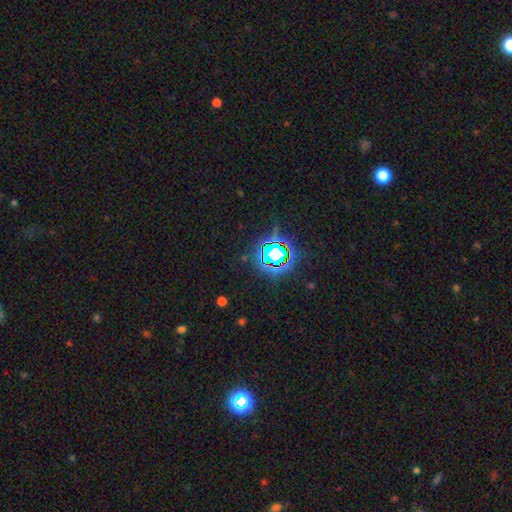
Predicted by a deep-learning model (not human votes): star or artifact 82%, smooth 11%, featured or disk 7%.